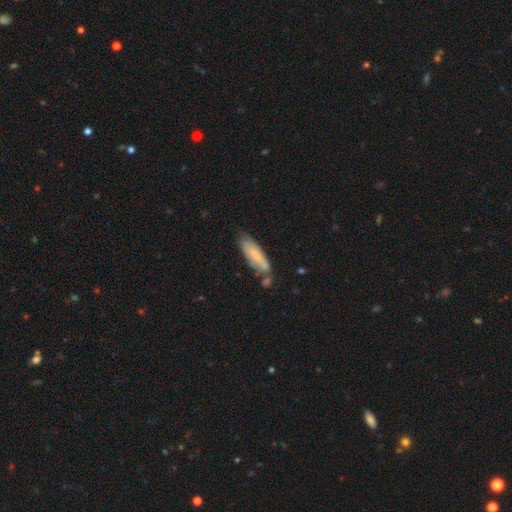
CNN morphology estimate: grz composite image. It shows a smooth galaxy with no disk features (69%) that is cigar-shaped (57%). Merging: none (54%).